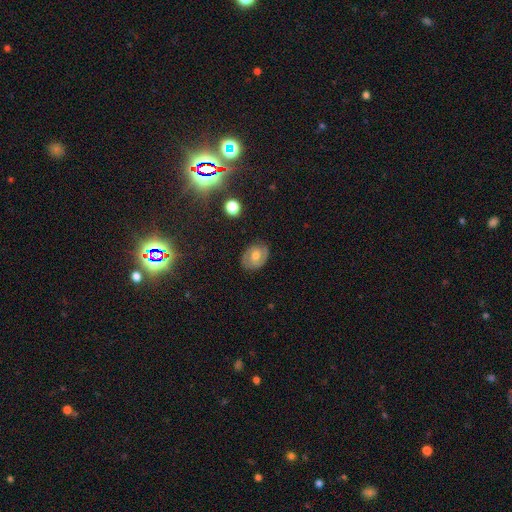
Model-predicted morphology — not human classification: This is possibly a featured or disk galaxy (50%). Merging: clearly none (80%).